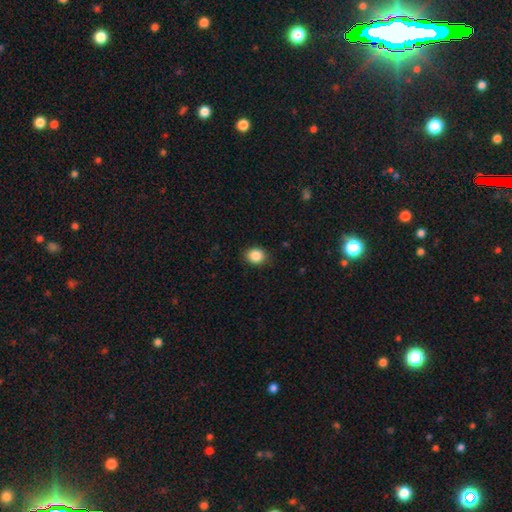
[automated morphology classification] Smooth or featured? smooth (87%)
How rounded? round (64%)
Merging? none (86%)